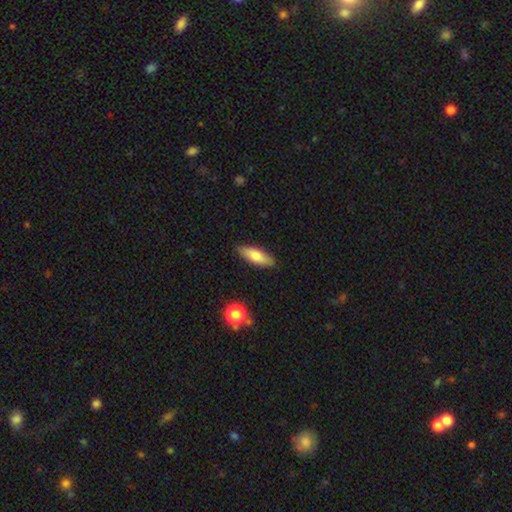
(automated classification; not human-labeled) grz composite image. It shows a smooth galaxy with no disk features (74%) that is in between round and cigar-shaped (61%). Merging: none (86%).